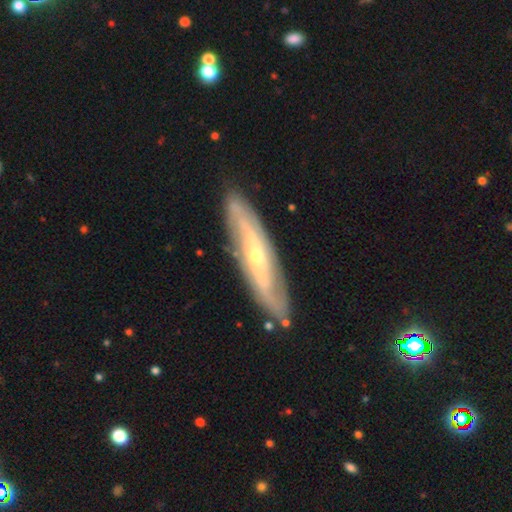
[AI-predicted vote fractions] This appears to be a featured or disk galaxy (78%) with no bar (51%), spiral arms (85%) and a small central bulge (66%). Merging: none (84%).